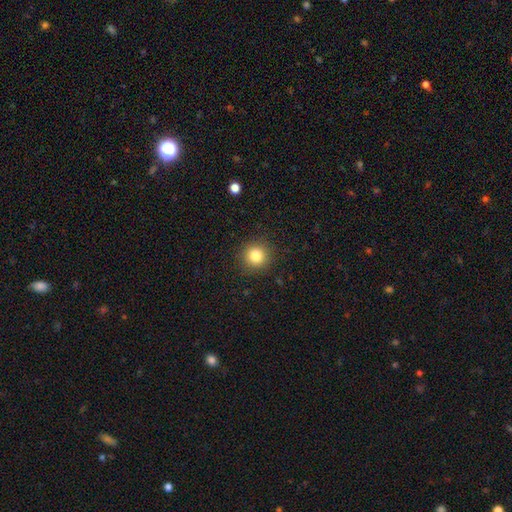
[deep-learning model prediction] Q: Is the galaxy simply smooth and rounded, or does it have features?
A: smooth — 82%.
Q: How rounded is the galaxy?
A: round — 93%.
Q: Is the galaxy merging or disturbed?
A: none — 90%.